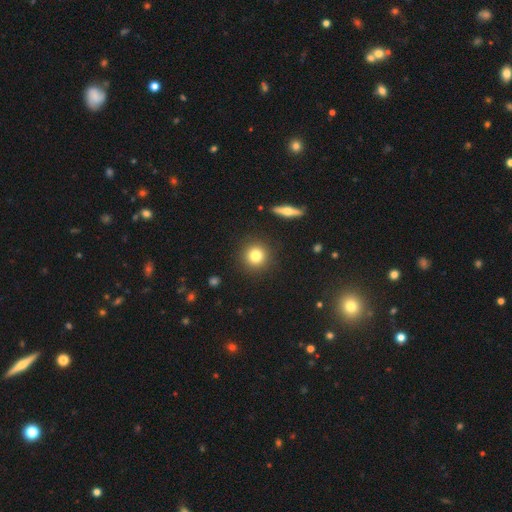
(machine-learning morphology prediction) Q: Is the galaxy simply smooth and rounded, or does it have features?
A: smooth — 79%.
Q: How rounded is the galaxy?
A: round — 94%.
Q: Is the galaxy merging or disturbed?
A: none — 91%.